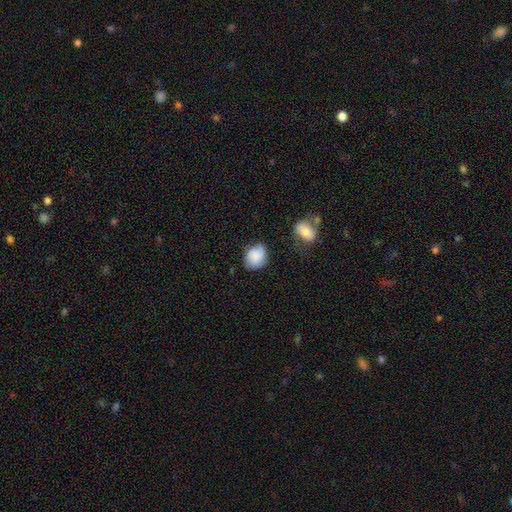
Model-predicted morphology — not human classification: smooth_or_featured: smooth (p=0.78) [alt: featured or disk p=0.14]
how_rounded: round (p=0.51) [alt: in between p=0.48]
merging: none (p=0.59) [alt: minor disturbance p=0.28]